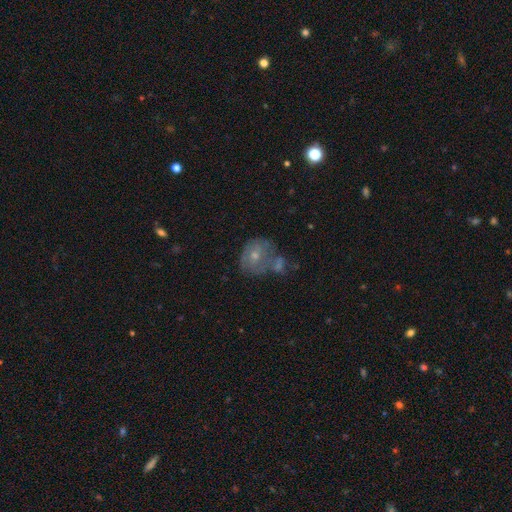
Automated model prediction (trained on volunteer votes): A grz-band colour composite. It shows a smooth galaxy with no disk features (49%). Merging: none (35%).